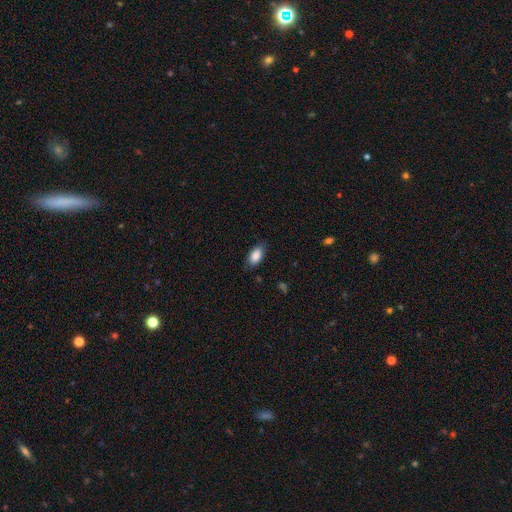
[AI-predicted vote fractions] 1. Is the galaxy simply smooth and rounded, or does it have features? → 86% smooth, 7% featured or disk, 7% star or artifact.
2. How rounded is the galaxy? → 91% in between, 5% cigar-shaped, 4% round.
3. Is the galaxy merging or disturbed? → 82% none, 14% minor disturbance, 3% major disturbance, 1% merger.